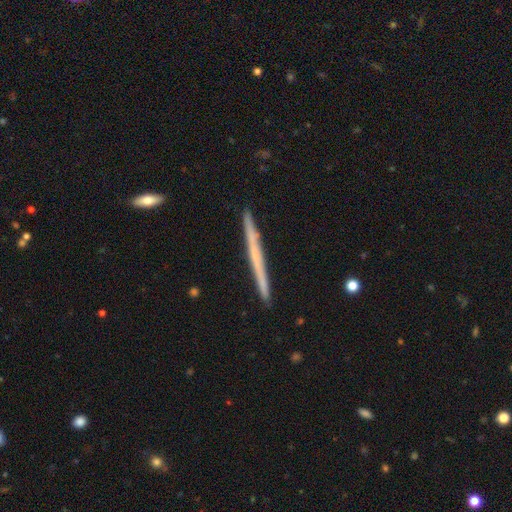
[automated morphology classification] Smooth or featured: featured or disk — 55% (smooth — 39%)
Edge-on disk: yes — 98% (no — 2%)
Edge-on bulge: none — 86% (rounded — 11%)
Merging: none — 92% (minor disturbance — 6%)